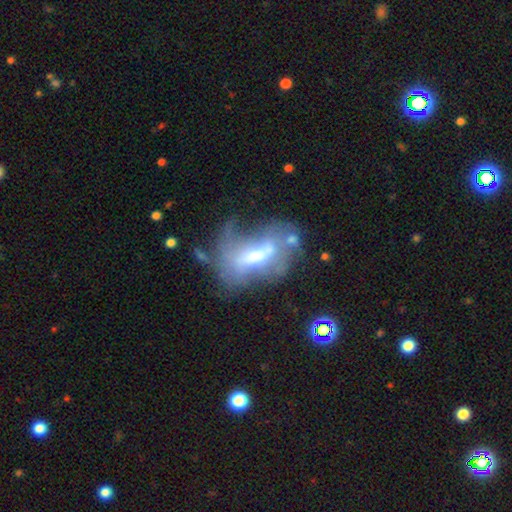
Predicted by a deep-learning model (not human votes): Smooth or featured? Predicted: featured or disk (p=0.59). Edge-on disk? Predicted: no (p=0.91). Bar? Predicted: no (p=0.41). Spiral arms? Predicted: no (p=0.63). Bulge size? Predicted: moderate (p=0.52). Merging? Predicted: major disturbance (p=0.33).